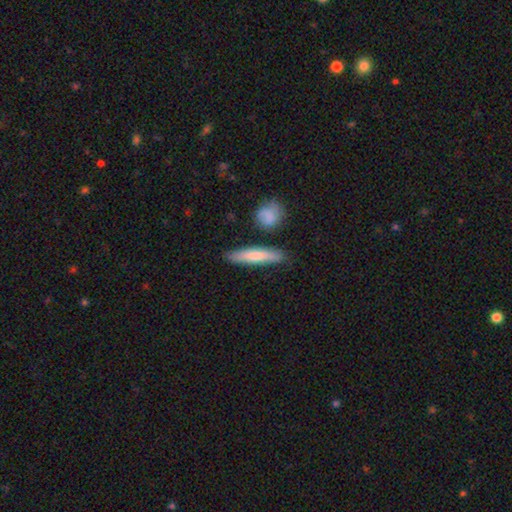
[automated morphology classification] Q: Smooth or featured?
A: smooth (71%); runner-up: featured or disk (23%)
Q: How rounded?
A: cigar-shaped (85%); runner-up: in between (13%)
Q: Merging?
A: none (83%); runner-up: minor disturbance (11%)